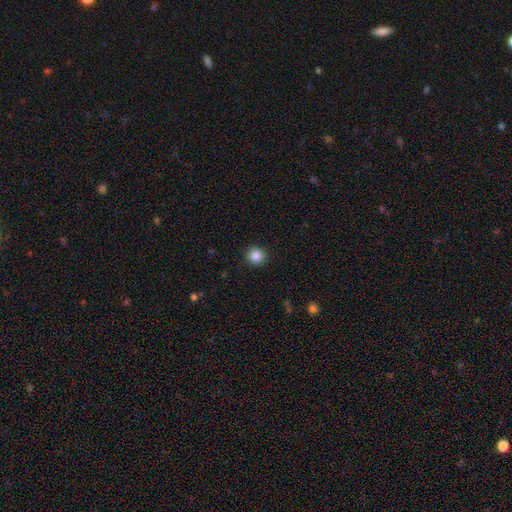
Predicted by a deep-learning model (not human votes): Q: Smooth or featured?
A: smooth (86%); runner-up: star or artifact (10%)
Q: How rounded?
A: round (93%); runner-up: in between (6%)
Q: Merging?
A: none (92%); runner-up: minor disturbance (6%)